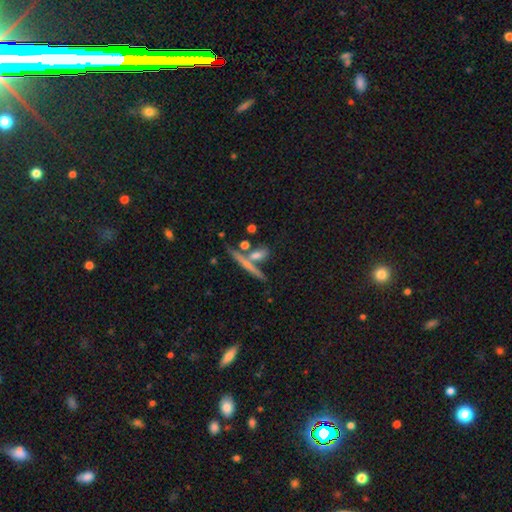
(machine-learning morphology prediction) Smooth or featured? Predicted: smooth (p=0.53). How rounded? Predicted: cigar-shaped (p=0.68). Merging? Predicted: none (p=0.59).